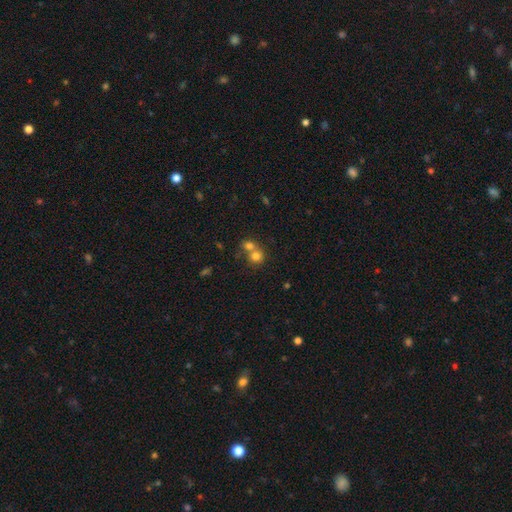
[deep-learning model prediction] This is likely a smooth galaxy (74%). How rounded: clearly round (82%). Merging: possibly merger (59%).